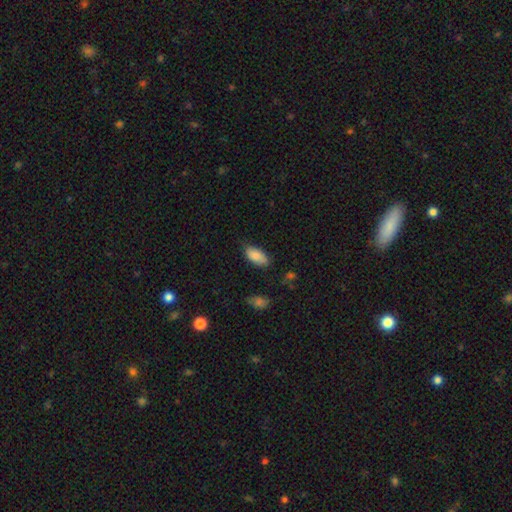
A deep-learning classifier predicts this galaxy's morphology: A smooth galaxy with no disk features (85%) that is in between round and cigar-shaped (92%). Merging: none (70%).